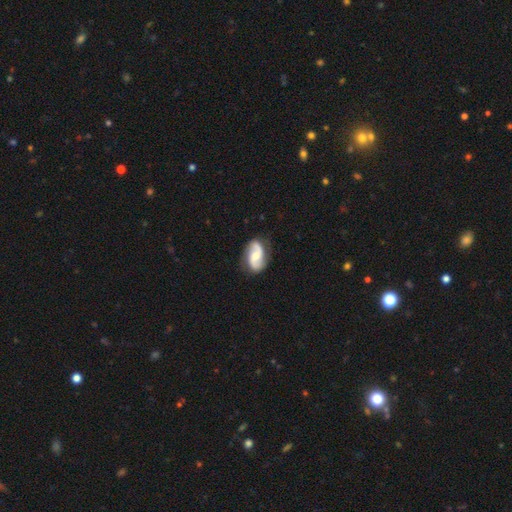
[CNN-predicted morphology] type=featured or disk (80%); edge-on=no (97%); bar=no (52%); spiral arms=yes (96%); winding=loose (48%); arm count=2 (92%); bulge=moderate (57%); merging=none (81%).